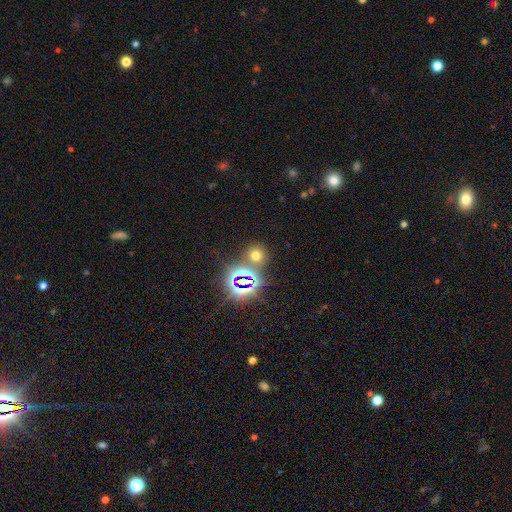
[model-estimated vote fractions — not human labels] This appears to be a smooth galaxy with no disk features (54%) that is round (87%). Merging: none (75%).